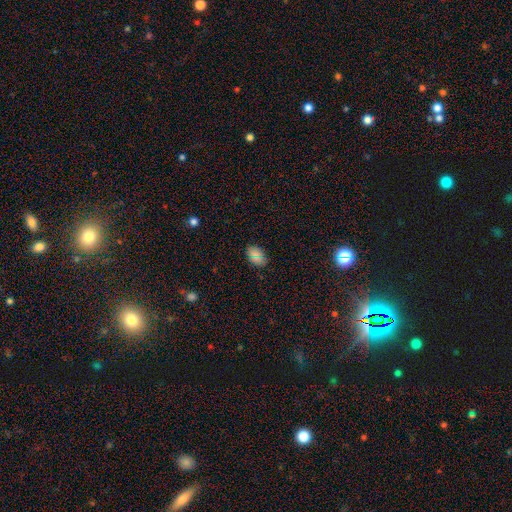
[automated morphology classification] Smooth or featured? Predicted: smooth (p=0.72). How rounded? Predicted: in between (p=0.87). Merging? Predicted: none (p=0.87).